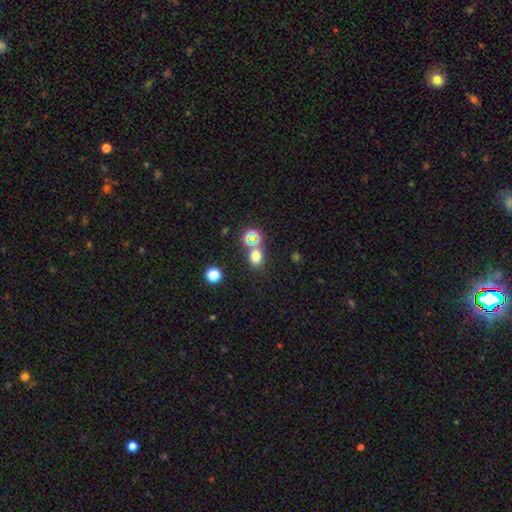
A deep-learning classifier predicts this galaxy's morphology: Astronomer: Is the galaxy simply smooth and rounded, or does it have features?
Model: smooth — 67%.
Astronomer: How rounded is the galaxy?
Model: in between — 51% (runner-up: round, 48%).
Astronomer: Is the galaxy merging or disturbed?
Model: none — 71%.